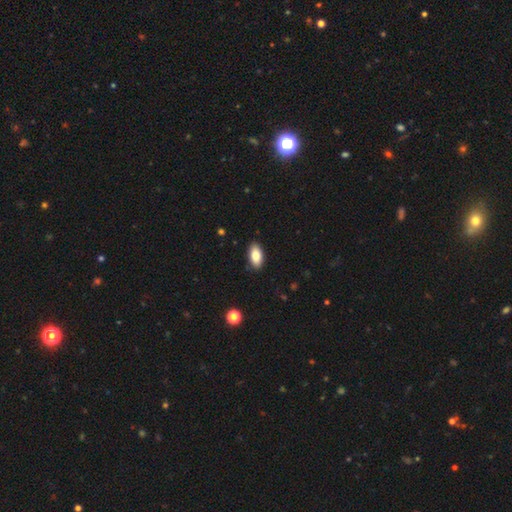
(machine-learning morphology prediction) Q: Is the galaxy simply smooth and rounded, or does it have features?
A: smooth — 83%.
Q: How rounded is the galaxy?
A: in between — 92%.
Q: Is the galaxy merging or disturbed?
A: none — 89%.